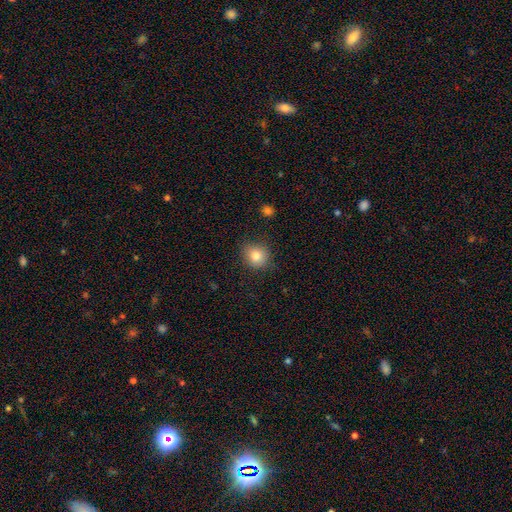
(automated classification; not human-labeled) smooth-or-featured: smooth: 80% | star or artifact: 11% | featured or disk: 9%
  how-rounded: round: 81% | in between: 19% | cigar-shaped: 1%
  merging: none: 84% | minor disturbance: 12% | major disturbance: 3% | merger: 1%